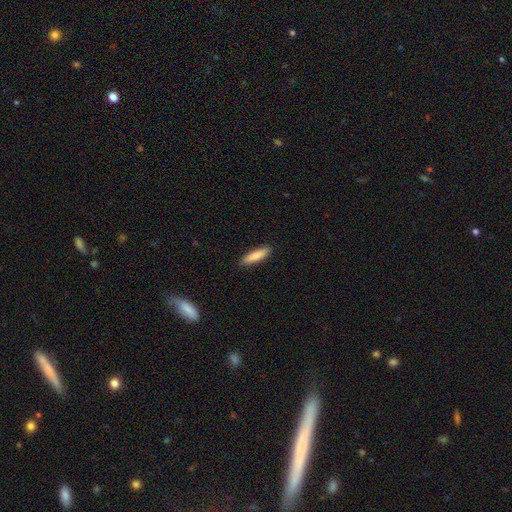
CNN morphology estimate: A smooth galaxy with no disk features (84%) that is cigar-shaped (72%). Merging: none (89%).